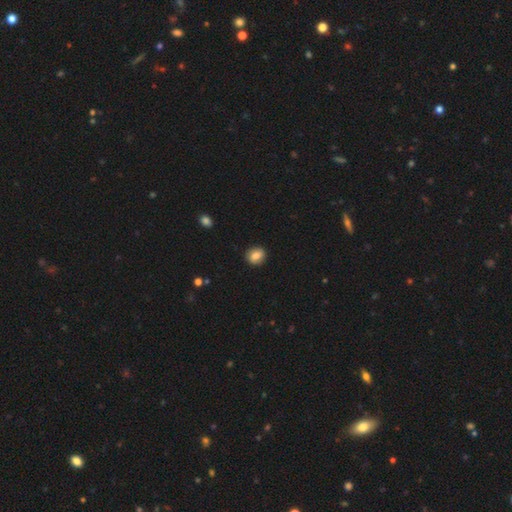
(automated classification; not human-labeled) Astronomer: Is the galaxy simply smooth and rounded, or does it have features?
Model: smooth — 82%.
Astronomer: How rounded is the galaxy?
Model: round — 70%.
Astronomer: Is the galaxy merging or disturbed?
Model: none — 90%.